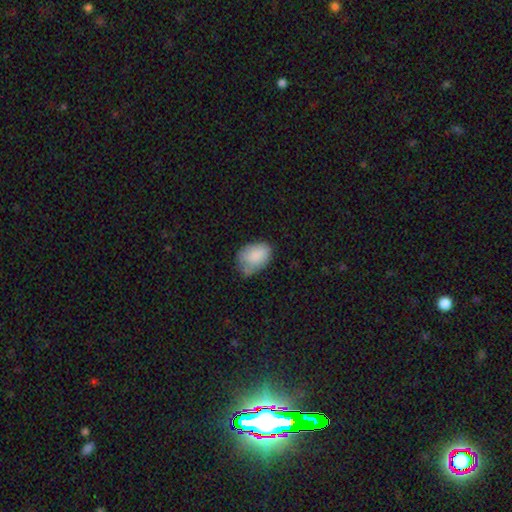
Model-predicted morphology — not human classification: Smooth or featured: smooth — 83% (featured or disk — 10%)
How rounded: in between — 83% (round — 16%)
Merging: minor disturbance — 42% (tied with none — 42%)